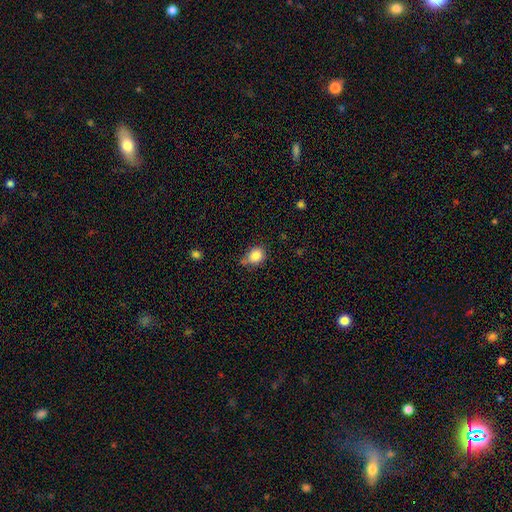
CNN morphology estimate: Smooth or featured?
  - smooth: 85% *
  - star or artifact: 10%
  - featured or disk: 5%
How rounded?
  - round: 57% *
  - in between: 42%
  - cigar-shaped: 1%
Merging?
  - none: 58% *
  - minor disturbance: 28%
  - merger: 7%
  - major disturbance: 6%